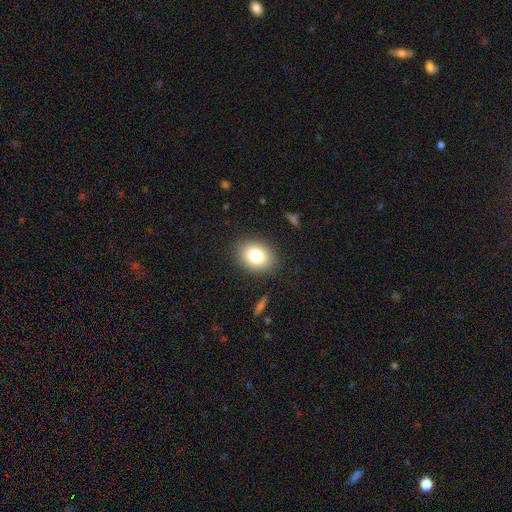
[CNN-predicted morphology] smooth_or_featured: smooth (p=0.81) [alt: featured or disk p=0.10]
how_rounded: in between (p=0.66) [alt: round p=0.33]
merging: none (p=0.87) [alt: minor disturbance p=0.09]